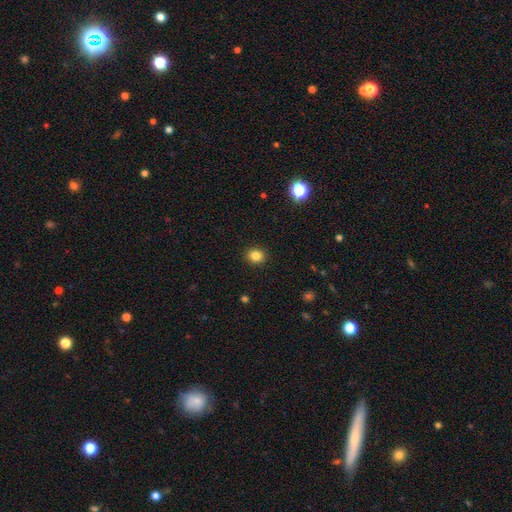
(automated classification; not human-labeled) Smooth or featured?
  - smooth: 83% *
  - star or artifact: 12%
  - featured or disk: 5%
How rounded?
  - round: 76% *
  - in between: 23%
  - cigar-shaped: 1%
Merging?
  - none: 92% *
  - minor disturbance: 6%
  - major disturbance: 2%
  - merger: 1%